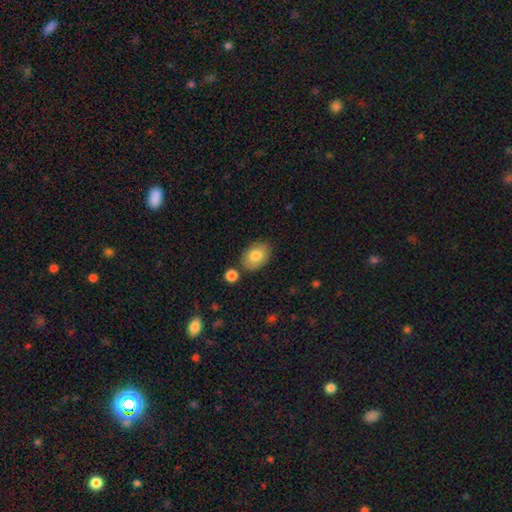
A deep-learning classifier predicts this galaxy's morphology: This is clearly a smooth galaxy (82%). How rounded: clearly in between (82%). Merging: likely none (78%).